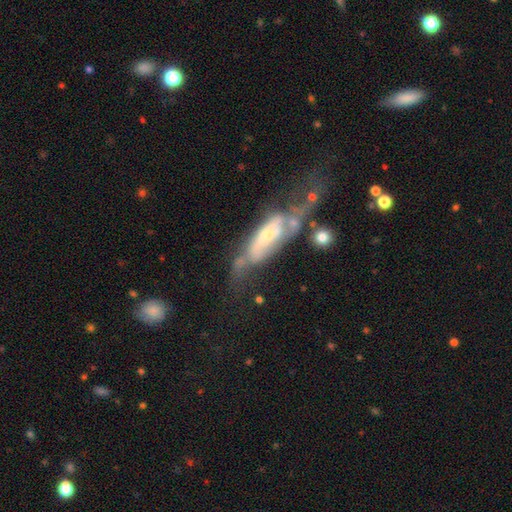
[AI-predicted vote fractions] Smooth or featured? Predicted: featured or disk (p=0.70). Edge-on disk? Predicted: no (p=0.64). Merging? Predicted: none (p=0.38).